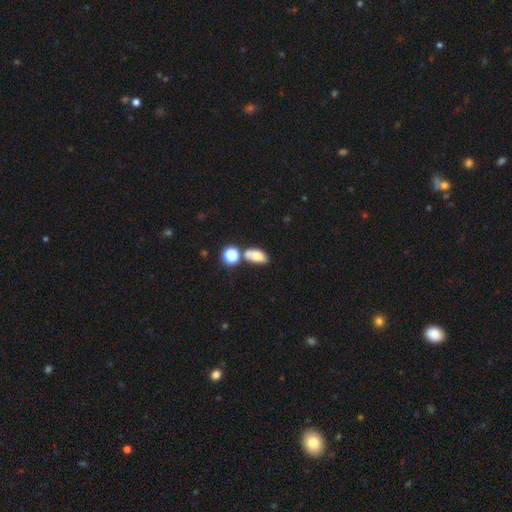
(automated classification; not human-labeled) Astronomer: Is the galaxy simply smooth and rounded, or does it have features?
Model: smooth — 73%.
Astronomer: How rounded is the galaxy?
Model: in between — 86%.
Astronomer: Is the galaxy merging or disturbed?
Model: none — 49% (runner-up: merger, 28%).